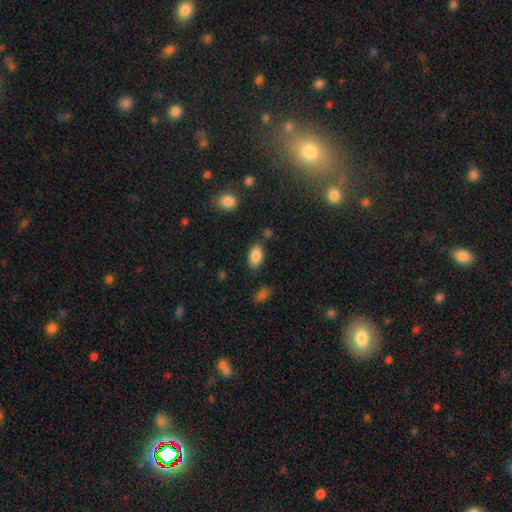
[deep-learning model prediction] Q: Smooth or featured?
A: smooth (87%); runner-up: star or artifact (8%)
Q: How rounded?
A: in between (93%); runner-up: round (5%)
Q: Merging?
A: none (80%); runner-up: minor disturbance (13%)